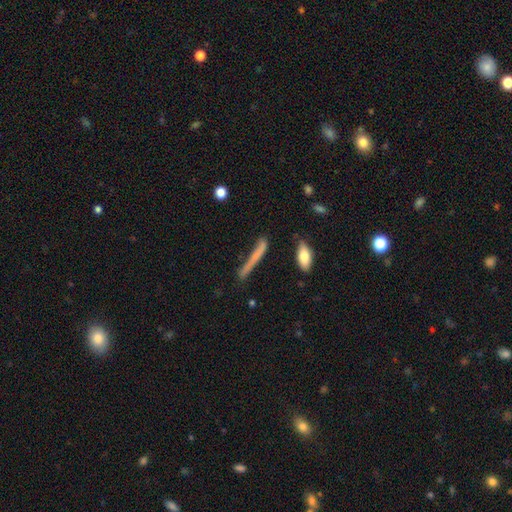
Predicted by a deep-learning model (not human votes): A smooth galaxy with no disk features (58%) that is cigar-shaped (94%). Merging: none (69%).